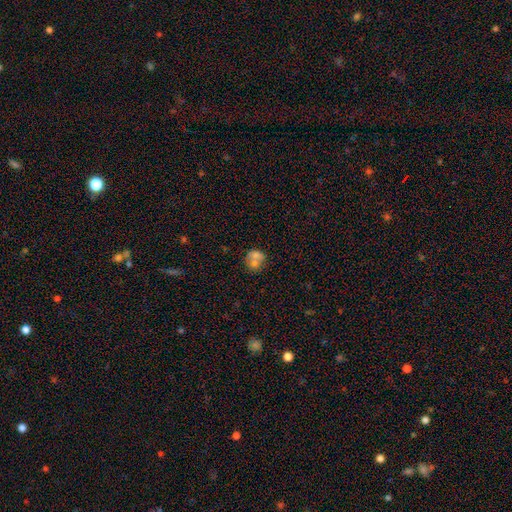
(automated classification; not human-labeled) smooth_or_featured: smooth (p=0.66) [alt: featured or disk p=0.23]
how_rounded: round (p=0.66) [alt: in between p=0.32]
merging: merger (p=0.58) [alt: none p=0.29]